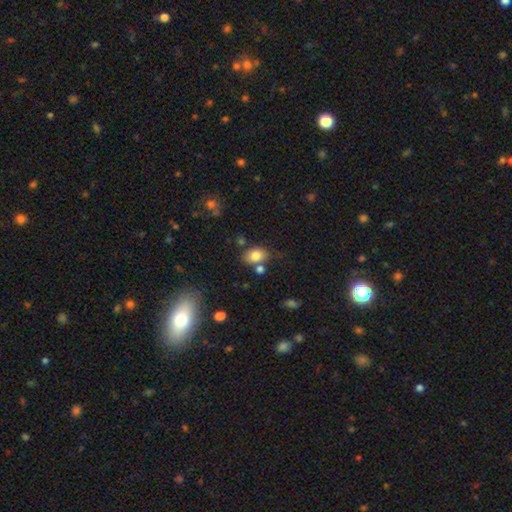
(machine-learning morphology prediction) This appears to be a smooth galaxy with no disk features (80%) that is in between round and cigar-shaped (74%). Merging: none (66%).